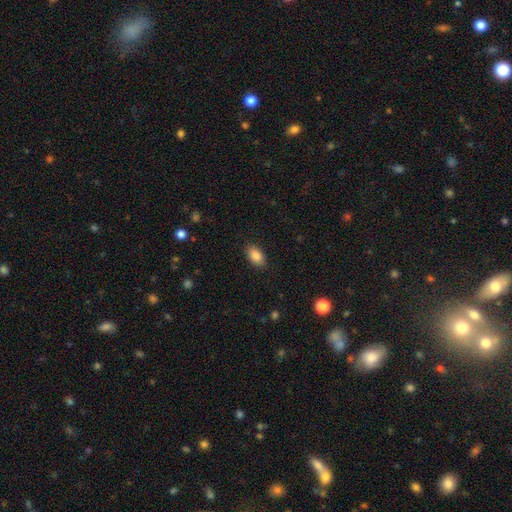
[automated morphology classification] The model was most divided on "merging": none: 88%, minor disturbance: 9%, major disturbance: 2%, merger: 1%. More confident: how rounded — in between (92%); smooth or featured — smooth (87%).